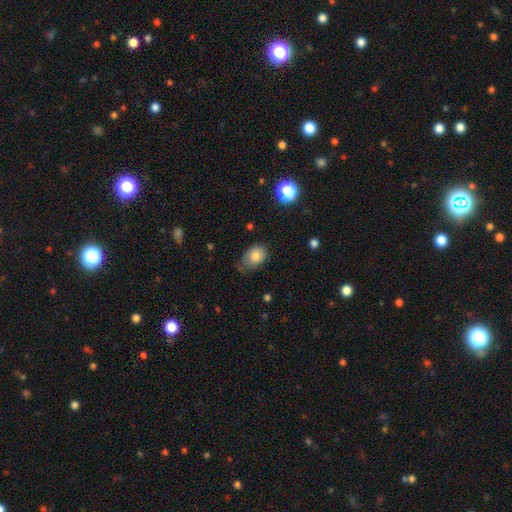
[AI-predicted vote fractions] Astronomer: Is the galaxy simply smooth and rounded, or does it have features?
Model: smooth — 79%.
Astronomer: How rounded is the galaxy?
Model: in between — 72%.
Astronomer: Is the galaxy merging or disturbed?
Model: none — 46% (runner-up: minor disturbance, 38%).